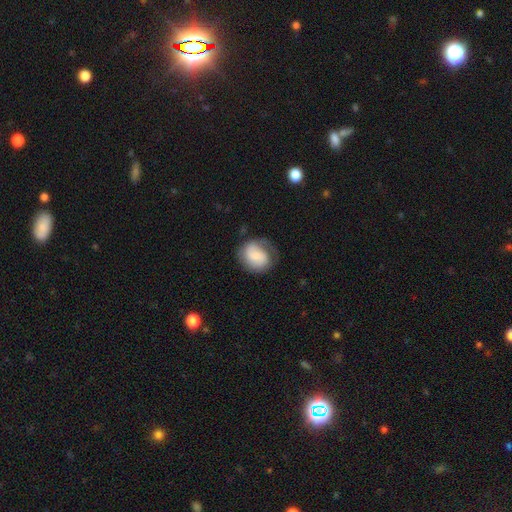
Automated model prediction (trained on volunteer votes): This appears to be a smooth galaxy with no disk features (59%) that is round (58%). Merging: none (55%).